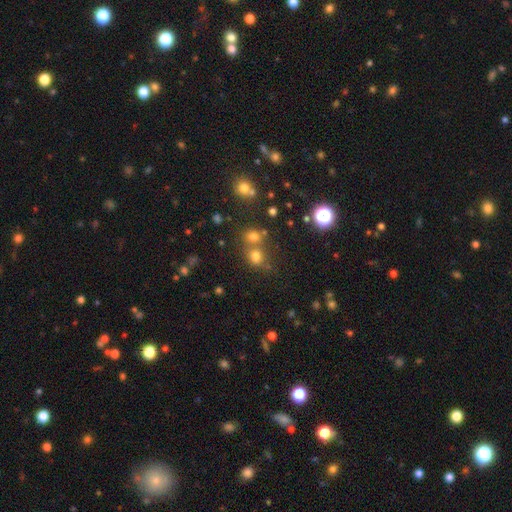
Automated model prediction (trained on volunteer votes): A smooth galaxy with no disk features (65%) that is round (76%). Merging: none (54%).